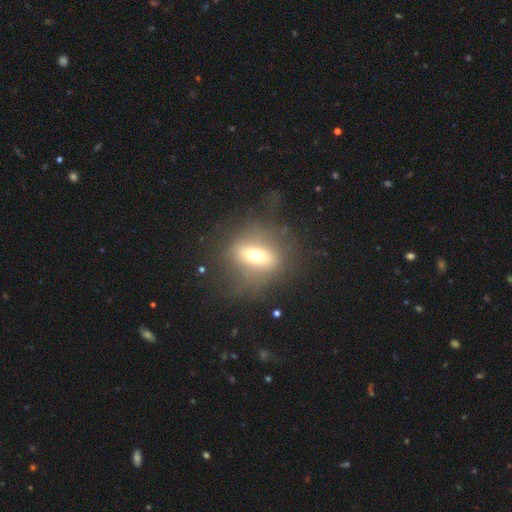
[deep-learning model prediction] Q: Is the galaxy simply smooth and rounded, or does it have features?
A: smooth — 47%.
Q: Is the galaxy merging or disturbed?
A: none — 62%.